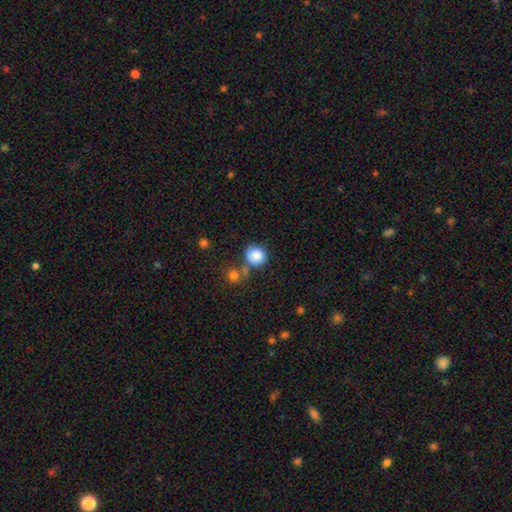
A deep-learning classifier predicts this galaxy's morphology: type=smooth (86%); roundness=round (89%); merging=none (62%).